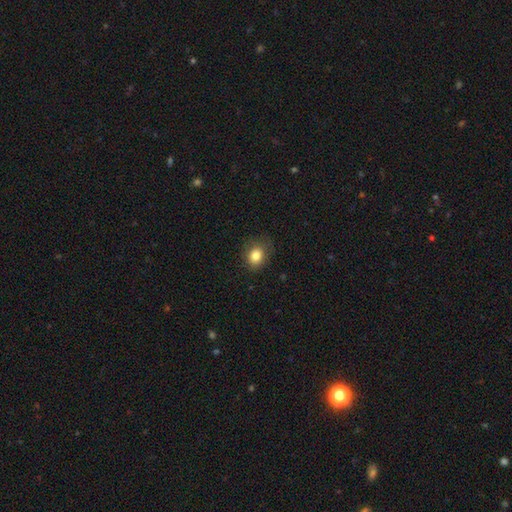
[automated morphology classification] The model was most divided on "how rounded": round: 57%, in between: 42%, cigar-shaped: 1%. More confident: smooth or featured — smooth (83%); merging — none (77%).